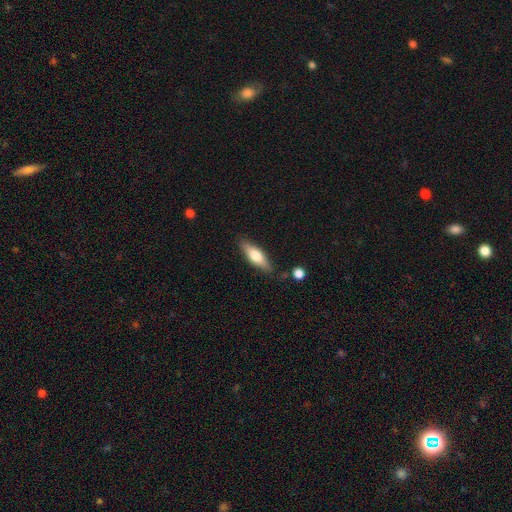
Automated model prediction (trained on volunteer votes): A smooth galaxy with no disk features (62%) that is in between round and cigar-shaped (49%). Merging: none (82%).